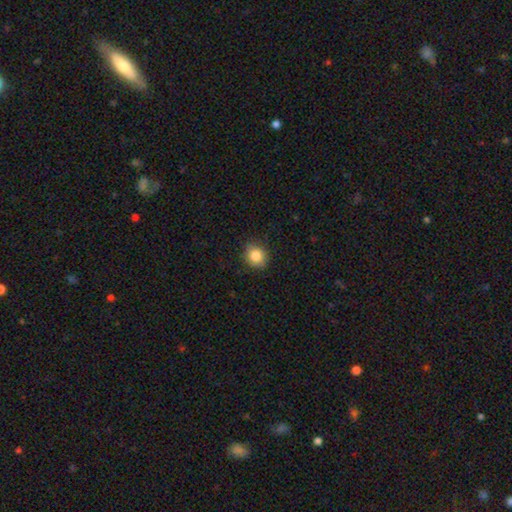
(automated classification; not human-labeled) Overall: smooth (85%). How rounded: round (74%). Merging: none (86%).